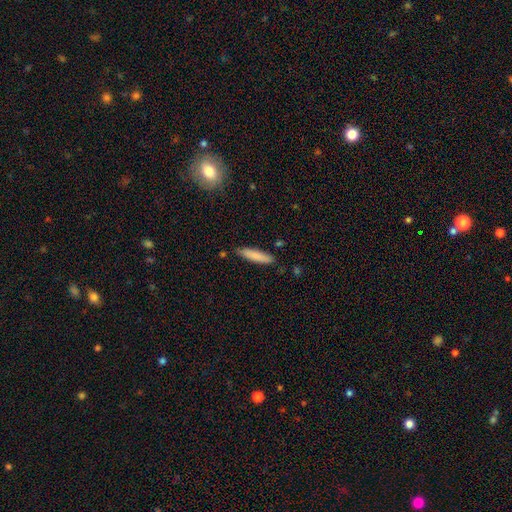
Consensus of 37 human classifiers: Smooth or featured? smooth (84%)
How rounded? cigar-shaped (94%)
Merging? none (100%)